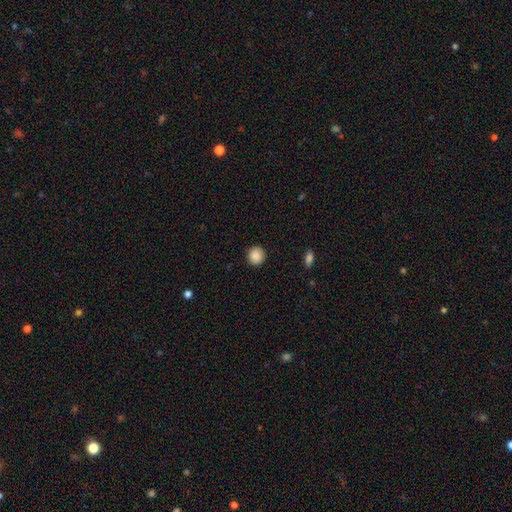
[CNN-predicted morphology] This appears to be a smooth galaxy with no disk features (89%) that is round (90%). Merging: none (91%).